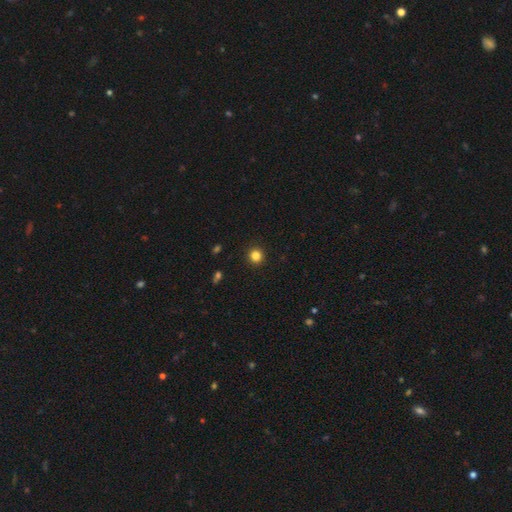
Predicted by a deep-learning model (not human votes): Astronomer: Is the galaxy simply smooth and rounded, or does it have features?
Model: smooth — 83%.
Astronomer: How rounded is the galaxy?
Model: round — 94%.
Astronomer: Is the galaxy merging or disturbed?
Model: none — 93%.